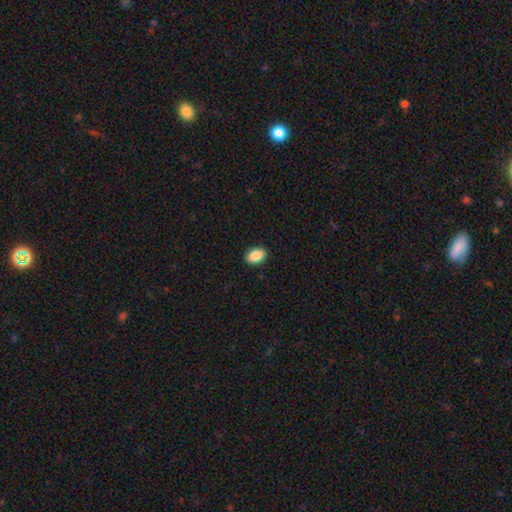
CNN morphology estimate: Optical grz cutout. It shows a smooth galaxy with no disk features (89%) that is in between round and cigar-shaped (87%). Merging: none (90%).